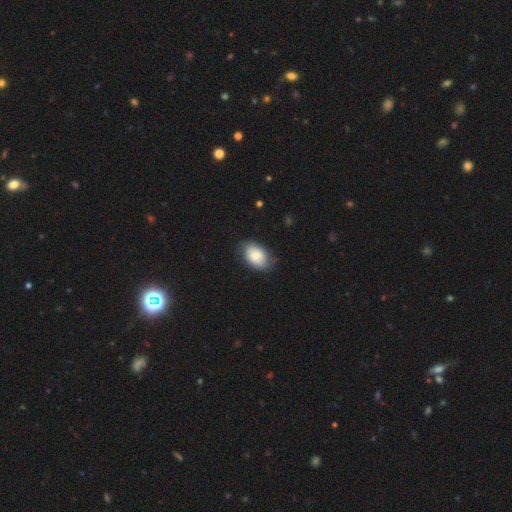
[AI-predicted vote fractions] smooth-or-featured: smooth: 80% | featured or disk: 14% | star or artifact: 6%
  how-rounded: in between: 87% | round: 11% | cigar-shaped: 1%
  merging: none: 72% | minor disturbance: 22% | major disturbance: 5% | merger: 1%